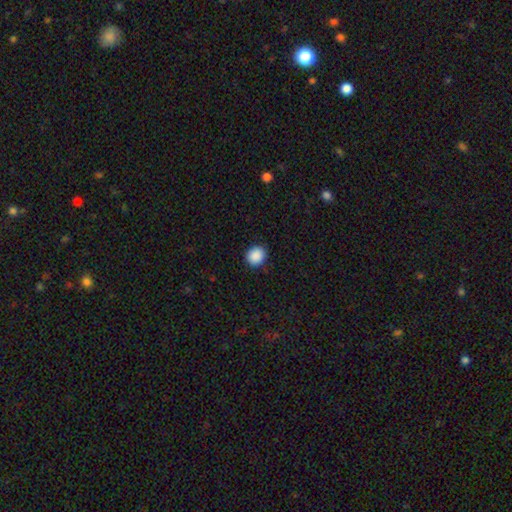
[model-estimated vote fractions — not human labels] Morphology: type=smooth (89%); roundness=round (75%); merging=none (89%).